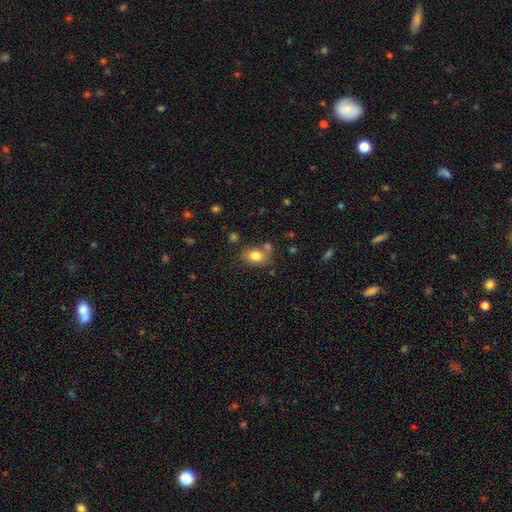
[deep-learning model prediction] Q: Smooth or featured?
A: smooth (81%); runner-up: star or artifact (10%)
Q: How rounded?
A: in between (72%); runner-up: round (27%)
Q: Merging?
A: none (64%); runner-up: merger (16%)